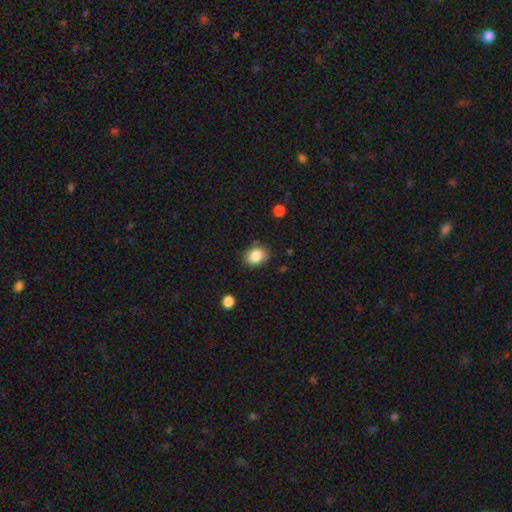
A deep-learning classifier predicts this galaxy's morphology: Smooth or featured? Predicted: smooth (p=0.85). How rounded? Predicted: in between (p=0.61). Merging? Predicted: none (p=0.83).